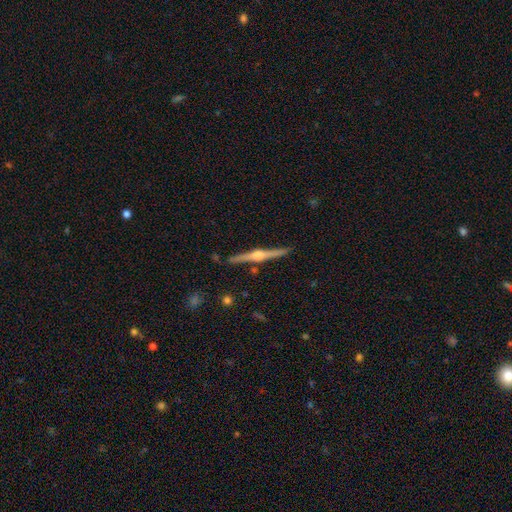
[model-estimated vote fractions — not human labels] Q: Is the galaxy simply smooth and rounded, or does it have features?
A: featured or disk — 84%.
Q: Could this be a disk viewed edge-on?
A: yes — 99%.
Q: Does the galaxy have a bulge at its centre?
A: rounded — 92%.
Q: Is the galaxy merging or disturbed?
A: none — 90%.